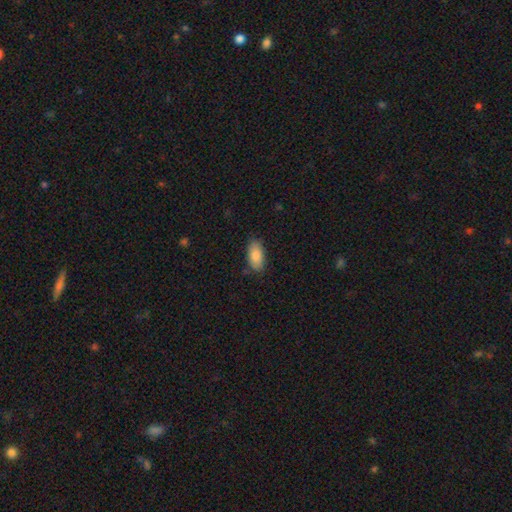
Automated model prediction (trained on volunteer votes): Overall: smooth (86%). How rounded: in between (92%). Merging: none (81%).